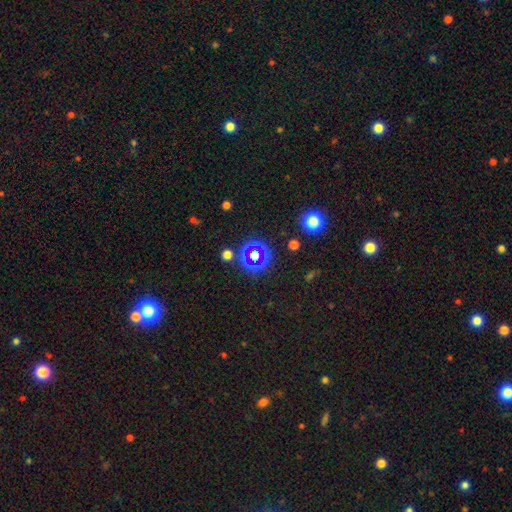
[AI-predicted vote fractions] This appears to be a star or artifact, not a galaxy (56%).